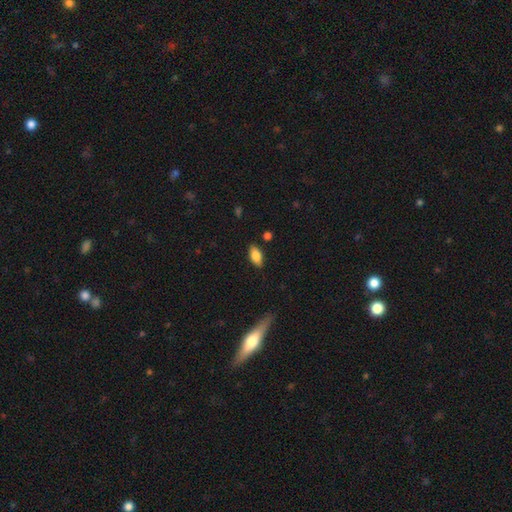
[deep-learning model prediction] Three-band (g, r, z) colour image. It shows a smooth galaxy with no disk features (81%) that is in between round and cigar-shaped (89%). Merging: none (85%).